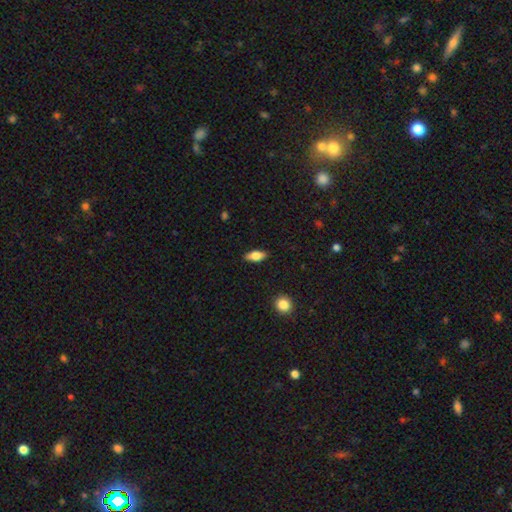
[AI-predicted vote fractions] Smooth or featured? smooth (72%)
How rounded? in between (82%)
Merging? none (88%)